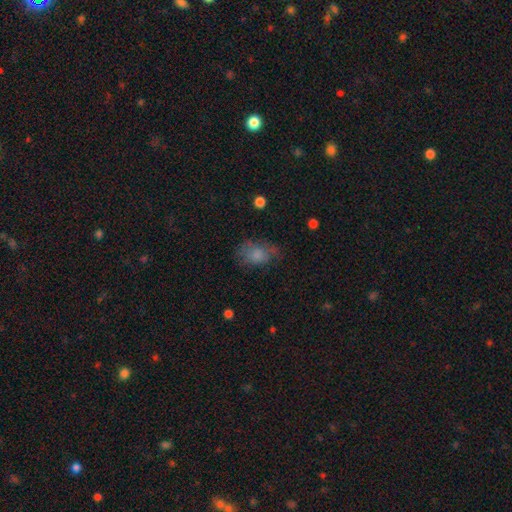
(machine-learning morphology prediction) smooth_or_featured: smooth (p=0.59) [alt: featured or disk p=0.21]
how_rounded: in between (p=0.73) [alt: round p=0.25]
merging: none (p=0.60) [alt: minor disturbance p=0.25]